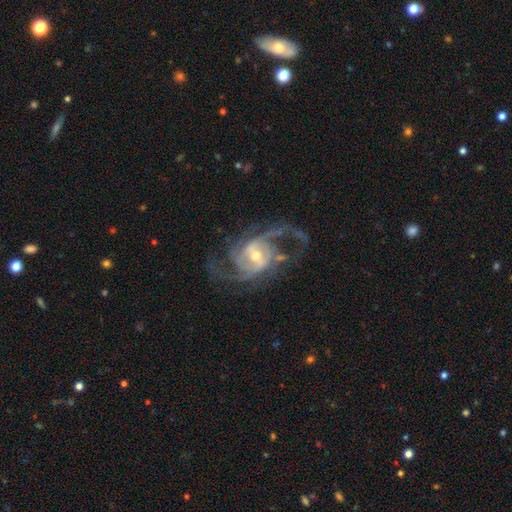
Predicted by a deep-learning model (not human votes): A featured or disk galaxy (90%) with a weak bar (44%), 2 (42%) medium (52%) spiral arms (96%) and a moderate central bulge (49%). Merging: none (60%).